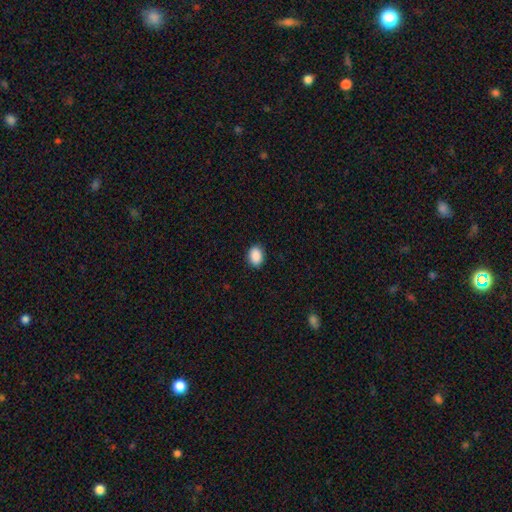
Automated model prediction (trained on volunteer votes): A smooth galaxy with no disk features (90%) that is in between round and cigar-shaped (72%). Merging: none (89%).